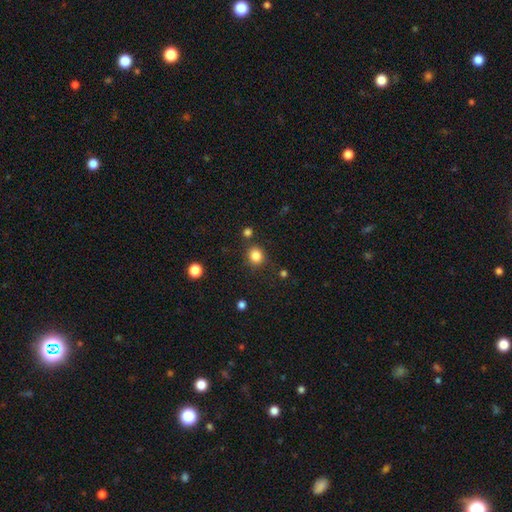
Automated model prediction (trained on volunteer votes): This is clearly a smooth galaxy (84%). How rounded: clearly round (85%). Merging: clearly none (83%).